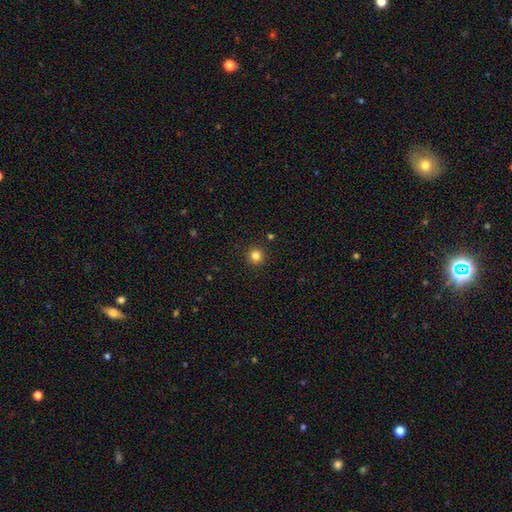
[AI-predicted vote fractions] This appears to be a smooth galaxy with no disk features (82%) that is round (94%). Merging: none (92%).